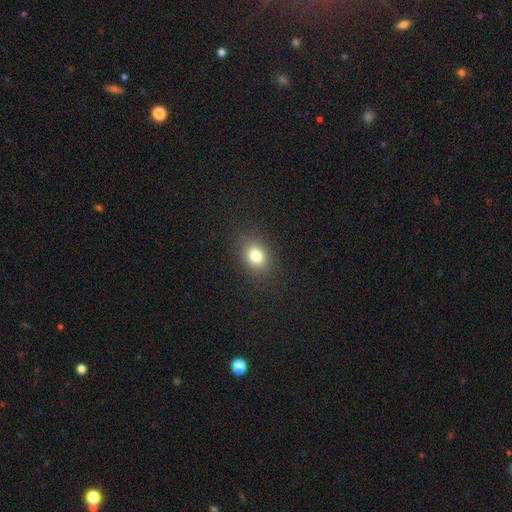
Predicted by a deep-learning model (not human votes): A smooth galaxy with no disk features (80%) that is in between round and cigar-shaped (59%). Merging: none (87%).